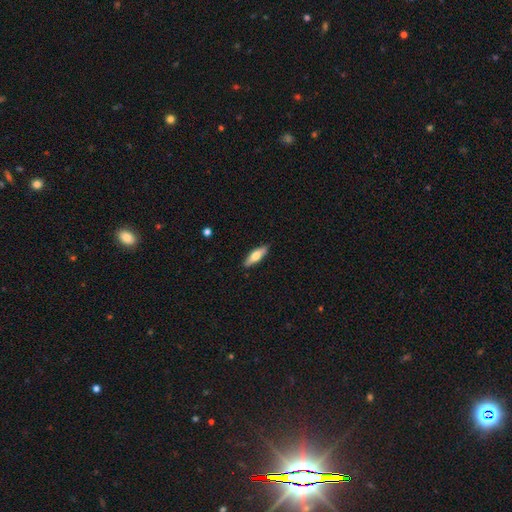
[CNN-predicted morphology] Q: Smooth or featured?
A: smooth (62%); runner-up: featured or disk (32%)
Q: How rounded?
A: cigar-shaped (52%); runner-up: in between (46%)
Q: Merging?
A: none (89%); runner-up: minor disturbance (8%)